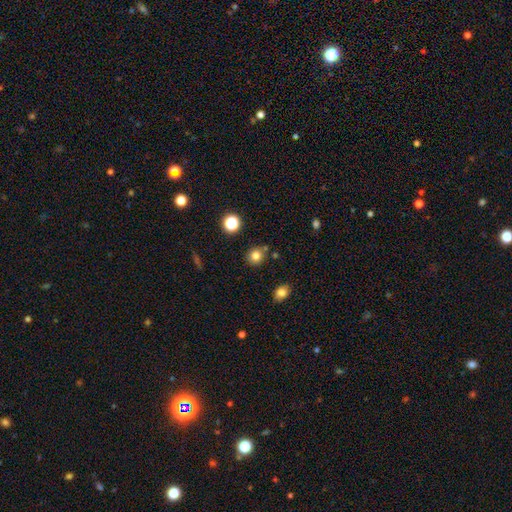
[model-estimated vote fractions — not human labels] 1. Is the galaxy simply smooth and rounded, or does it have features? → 80% smooth, 13% star or artifact, 7% featured or disk.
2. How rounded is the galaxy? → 88% round, 11% in between, 1% cigar-shaped.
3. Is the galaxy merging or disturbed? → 84% none, 9% minor disturbance, 5% merger, 2% major disturbance.